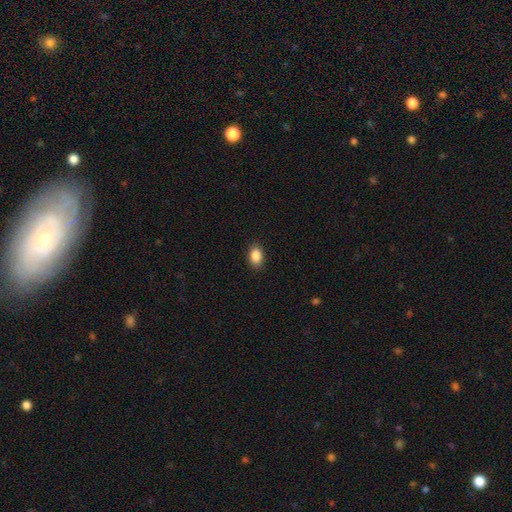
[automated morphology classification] smooth-or-featured: smooth: 88% | star or artifact: 8% | featured or disk: 4%
  how-rounded: in between: 81% | round: 17% | cigar-shaped: 1%
  merging: none: 89% | minor disturbance: 8% | major disturbance: 2% | merger: 1%